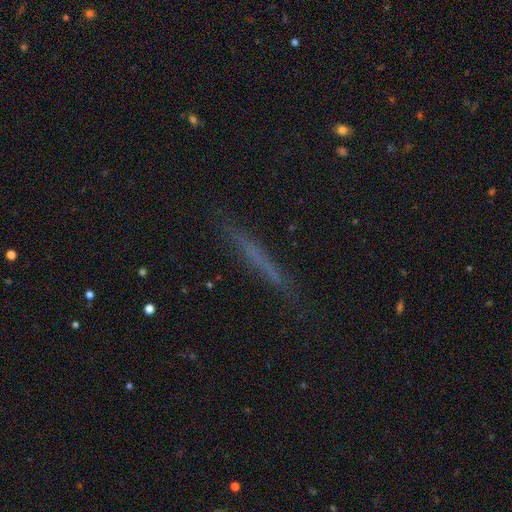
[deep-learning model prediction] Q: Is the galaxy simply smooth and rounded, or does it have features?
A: smooth — 46%.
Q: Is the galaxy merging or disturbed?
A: none — 83%.